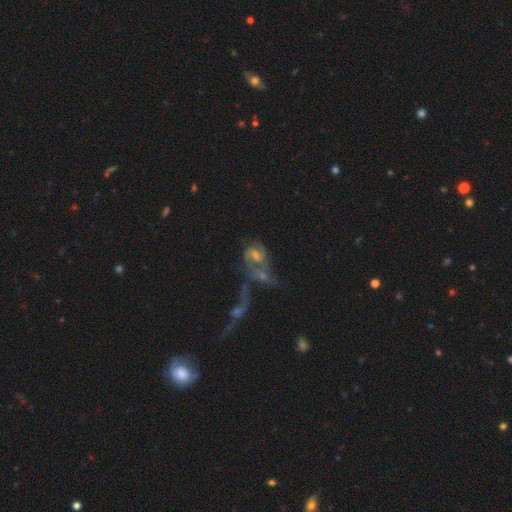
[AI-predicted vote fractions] A featured or disk galaxy (60%) with no bar (59%), spiral arms (68%) and a moderate central bulge (43%).

Vote fractions:
- Smooth or featured? featured or disk: 60% / smooth: 21% / star or artifact: 19%
- Edge-on disk? no: 94% / yes: 6%
- Bar? no: 59% / weak: 31% / strong: 10%
- Spiral arms? yes: 68% / no: 32%
- Bulge size? moderate: 43% / small: 33% / none: 14% / large: 7% / dominant: 3%
- Merging? merger: 58% / none: 18% / major disturbance: 16% / minor disturbance: 9%